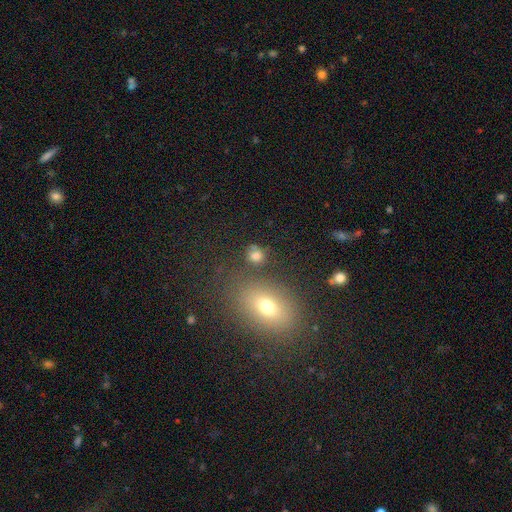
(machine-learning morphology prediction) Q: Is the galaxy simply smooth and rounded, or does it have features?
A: smooth — 77%.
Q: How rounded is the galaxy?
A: round — 75%.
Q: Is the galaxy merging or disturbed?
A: none — 71%.